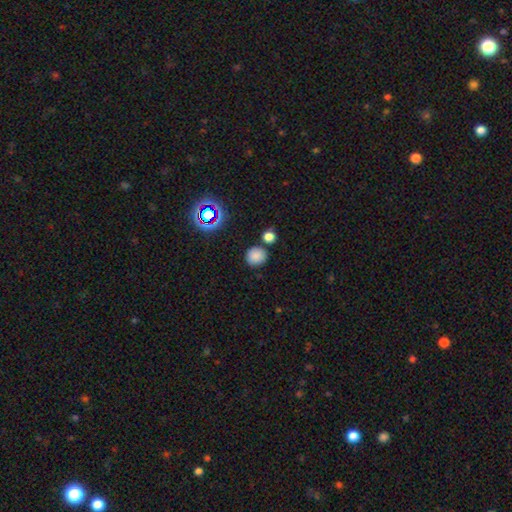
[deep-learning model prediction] This appears to be a smooth galaxy with no disk features (80%) that is round (88%). Merging: none (80%).